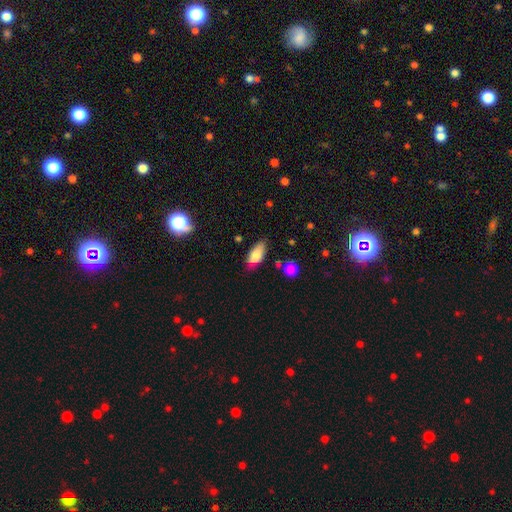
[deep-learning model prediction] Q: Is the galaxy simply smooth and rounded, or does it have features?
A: smooth — 77%.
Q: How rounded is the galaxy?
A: in between — 86%.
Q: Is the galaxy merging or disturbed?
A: none — 68%.